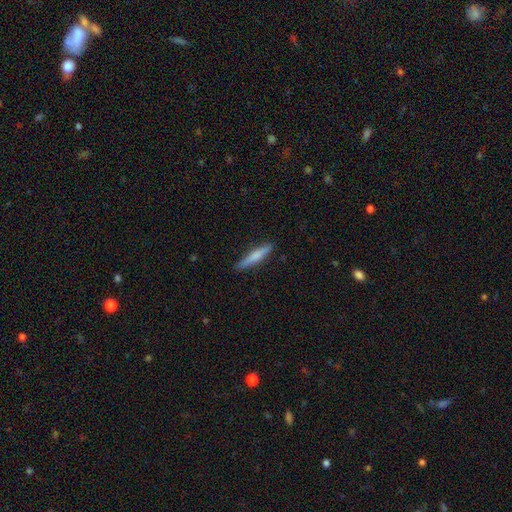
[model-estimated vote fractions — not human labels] Smooth or featured: smooth — 68% (featured or disk — 27%)
How rounded: cigar-shaped — 91% (in between — 8%)
Merging: none — 89% (minor disturbance — 8%)